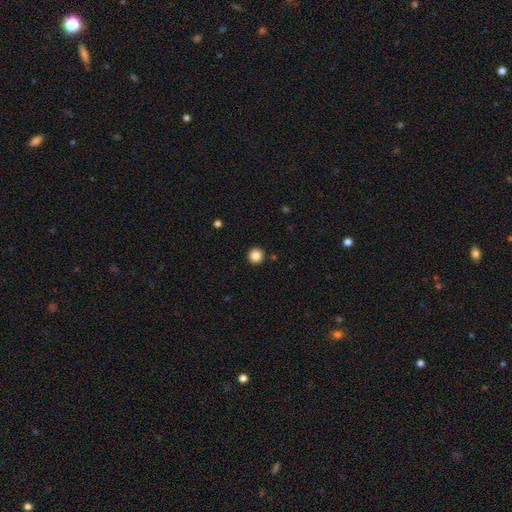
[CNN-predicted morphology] Smooth or featured? Predicted: smooth (p=0.86). How rounded? Predicted: round (p=0.96). Merging? Predicted: none (p=0.93).